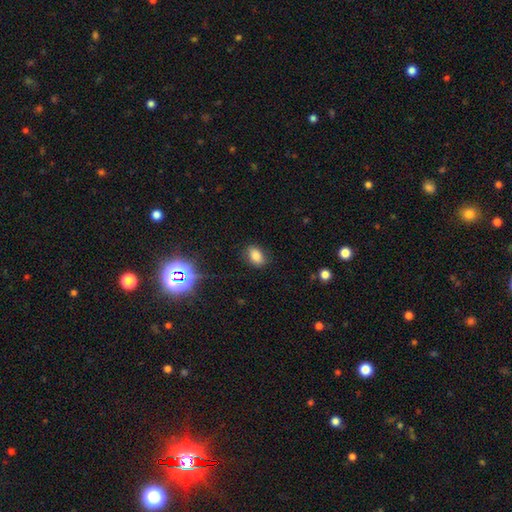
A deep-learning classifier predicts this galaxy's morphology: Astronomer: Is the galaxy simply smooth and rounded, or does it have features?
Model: smooth — 81%.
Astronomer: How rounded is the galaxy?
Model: in between — 82%.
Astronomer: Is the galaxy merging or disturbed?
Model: none — 82%.